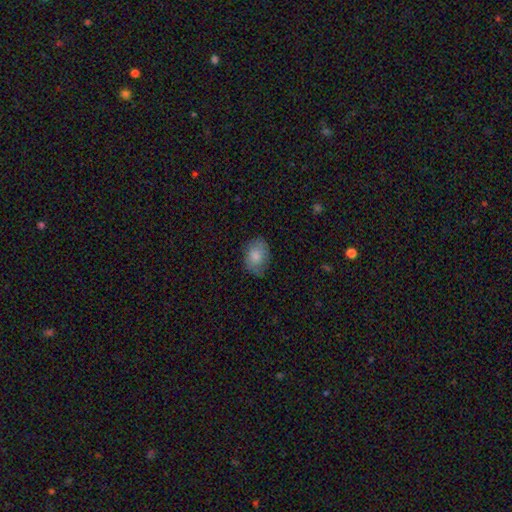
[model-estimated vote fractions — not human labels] smooth_or_featured: smooth (p=0.79) [alt: featured or disk p=0.13]
how_rounded: in between (p=0.75) [alt: round p=0.24]
merging: none (p=0.68) [alt: minor disturbance p=0.24]